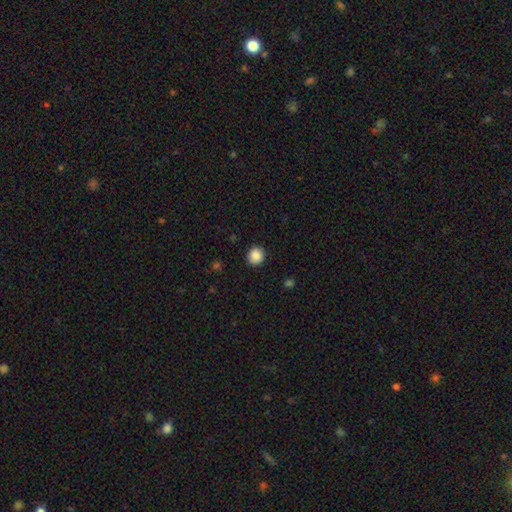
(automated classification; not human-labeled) Smooth or featured? smooth (88%)
How rounded? round (91%)
Merging? none (91%)